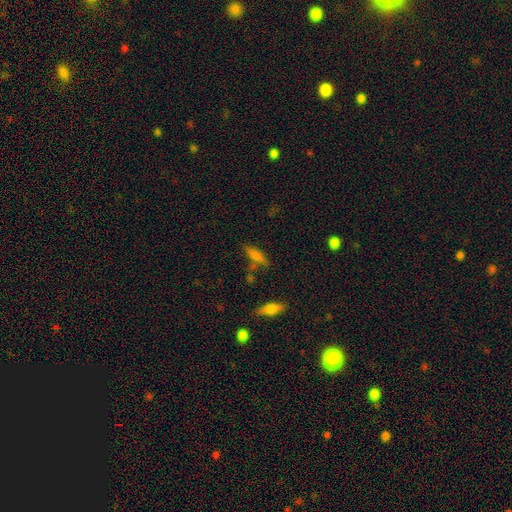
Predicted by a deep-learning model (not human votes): smooth-or-featured: smooth: 69% | featured or disk: 19% | star or artifact: 12%
  how-rounded: cigar-shaped: 54% | in between: 42% | round: 3%
  merging: none: 66% | minor disturbance: 17% | merger: 12% | major disturbance: 6%